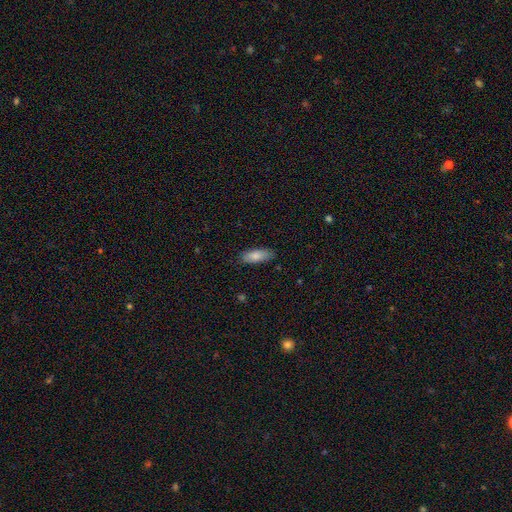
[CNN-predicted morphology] A smooth galaxy with no disk features (84%) that is in between round and cigar-shaped (76%). Merging: none (83%).